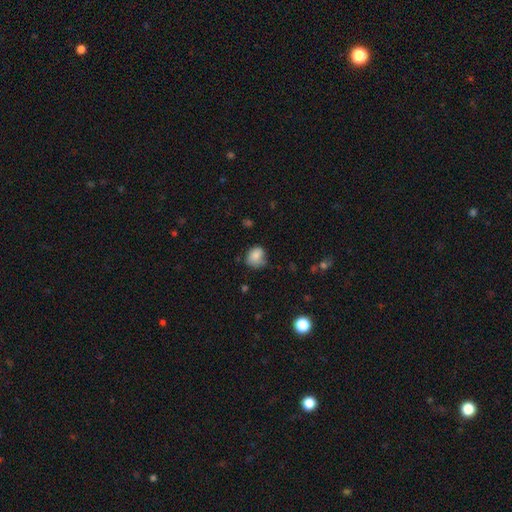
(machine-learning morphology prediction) smooth-or-featured: smooth: 82% | star or artifact: 9% | featured or disk: 9%
  how-rounded: round: 55% | in between: 44% | cigar-shaped: 1%
  merging: none: 53% | minor disturbance: 35% | major disturbance: 10% | merger: 3%